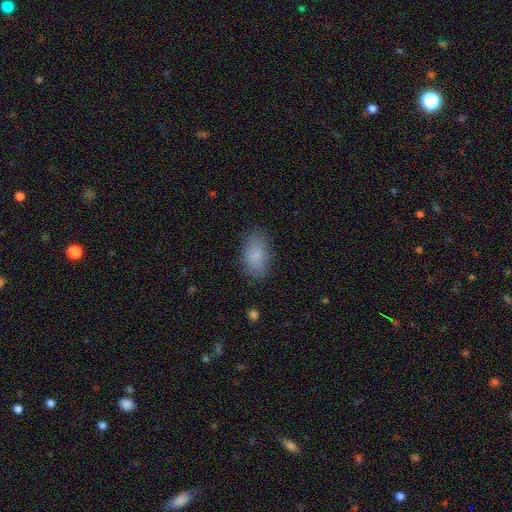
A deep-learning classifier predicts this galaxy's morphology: This is clearly a smooth galaxy (83%). How rounded: clearly in between (91%). Merging: likely none (79%).